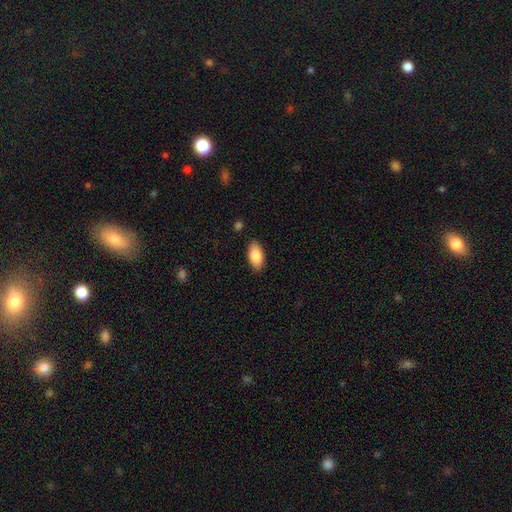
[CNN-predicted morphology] smooth-or-featured: smooth: 86% | featured or disk: 8% | star or artifact: 6%
  how-rounded: in between: 92% | cigar-shaped: 6% | round: 3%
  merging: none: 87% | minor disturbance: 9% | major disturbance: 2% | merger: 1%